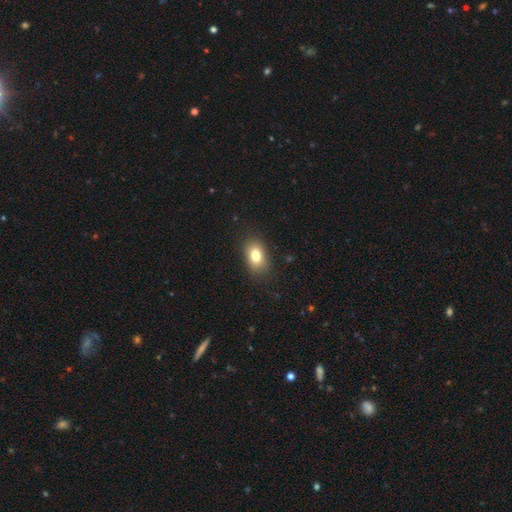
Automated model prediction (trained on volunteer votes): The model was most divided on "how rounded": in between: 81%, round: 18%, cigar-shaped: 2%. More confident: merging — none (82%); smooth or featured — smooth (80%).